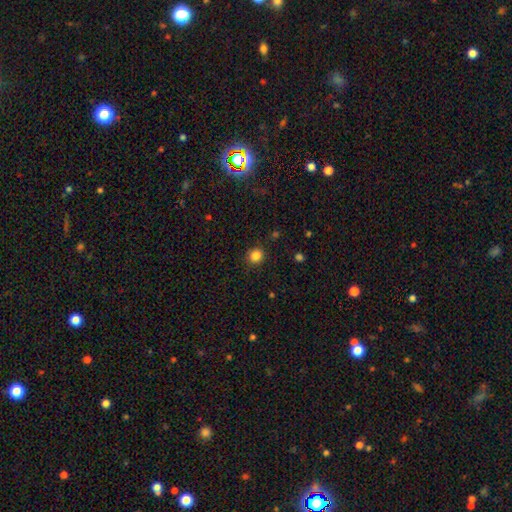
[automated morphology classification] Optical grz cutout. It shows a smooth galaxy with no disk features (84%) that is round (87%). Merging: none (89%).